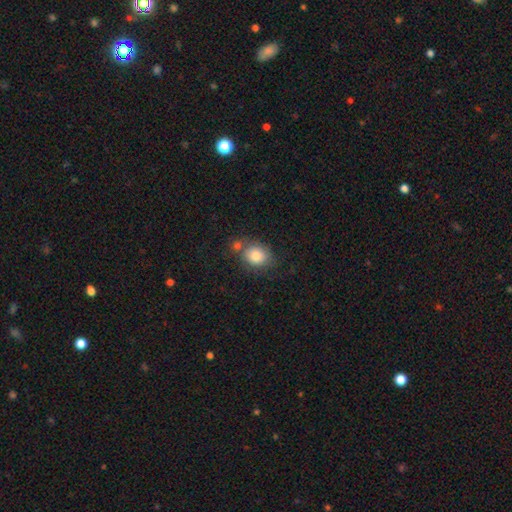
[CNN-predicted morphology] This is clearly a smooth galaxy (82%). How rounded: possibly round (59%). Merging: possibly none (58%).